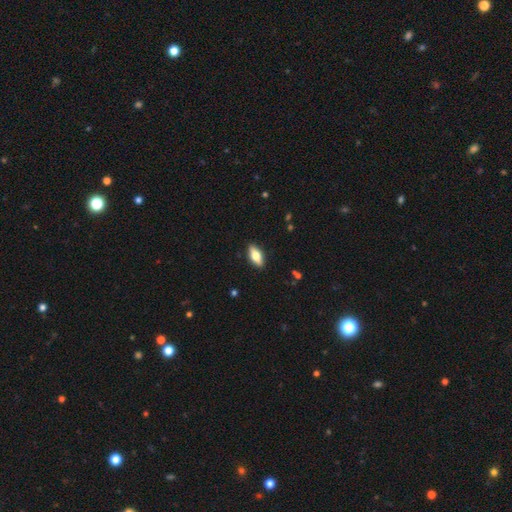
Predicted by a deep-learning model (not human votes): This is likely a smooth galaxy (63%). How rounded: likely in between (79%). Merging: clearly none (89%).